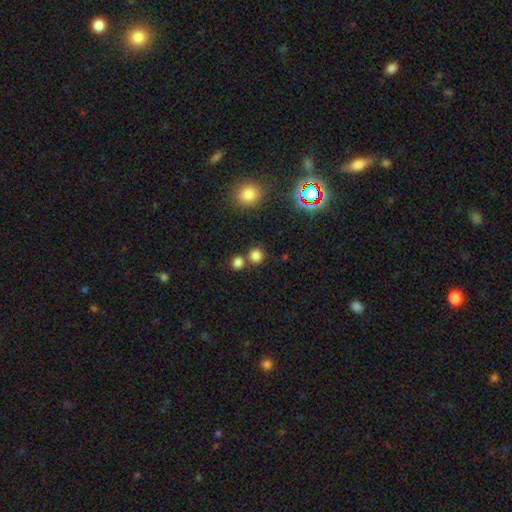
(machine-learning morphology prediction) A smooth galaxy with no disk features (79%) that is round (89%). Merging: none (67%).